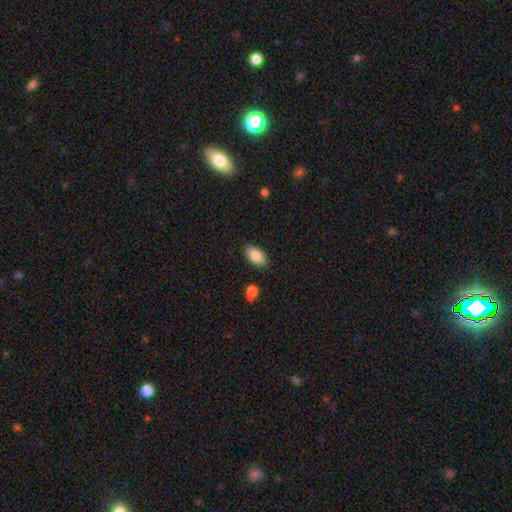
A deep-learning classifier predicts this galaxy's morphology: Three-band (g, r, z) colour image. It shows a smooth galaxy with no disk features (84%) that is in between round and cigar-shaped (93%). Merging: none (86%).